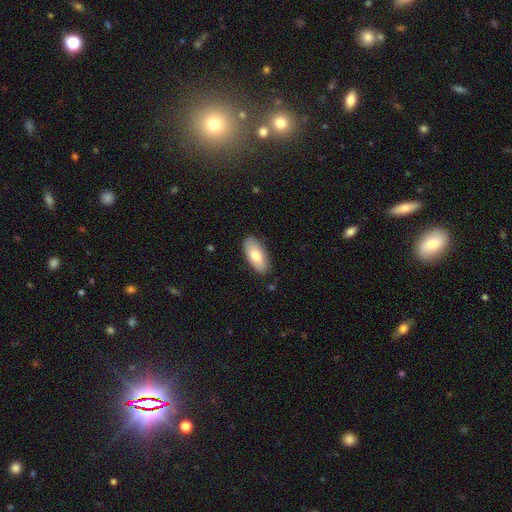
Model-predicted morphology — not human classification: Smooth or featured? smooth (77%)
How rounded? in between (91%)
Merging? none (86%)